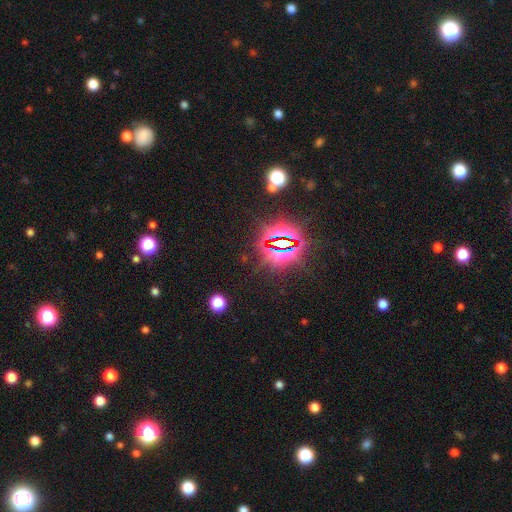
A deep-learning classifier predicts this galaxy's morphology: The model was most divided on "smooth or featured": star or artifact: 83%, smooth: 10%, featured or disk: 6%.